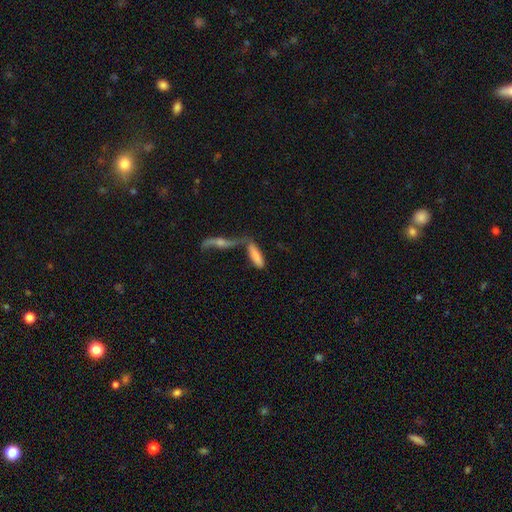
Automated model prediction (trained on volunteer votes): Morphology: type=smooth (75%); roundness=cigar-shaped (57%); merging=merger (47%).